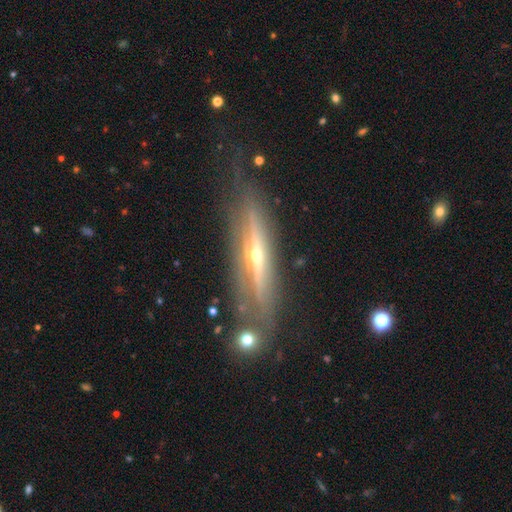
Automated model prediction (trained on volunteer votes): Morphology: type=featured or disk (80%); edge-on=yes (86%); edge-on bulge=rounded (81%); merging=none (68%).